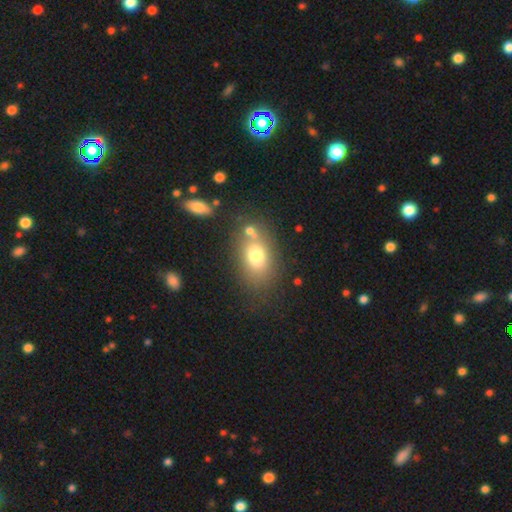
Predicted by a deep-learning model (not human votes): The model was most divided on "merging": none: 62%, merger: 18%, minor disturbance: 14%, major disturbance: 6%. More confident: how rounded — in between (74%); smooth or featured — smooth (72%).